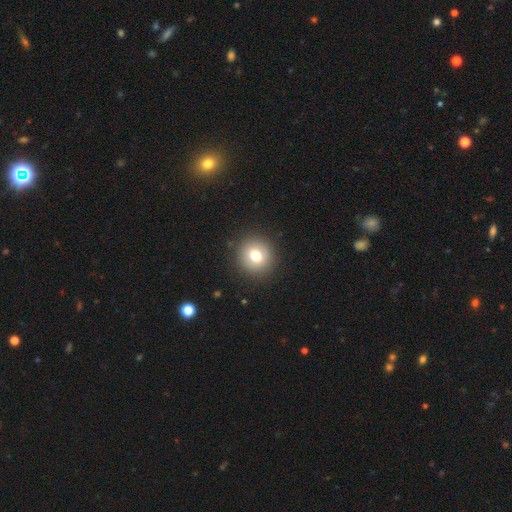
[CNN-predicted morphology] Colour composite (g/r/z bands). It shows a smooth galaxy with no disk features (74%) that is round (91%). Merging: none (90%).